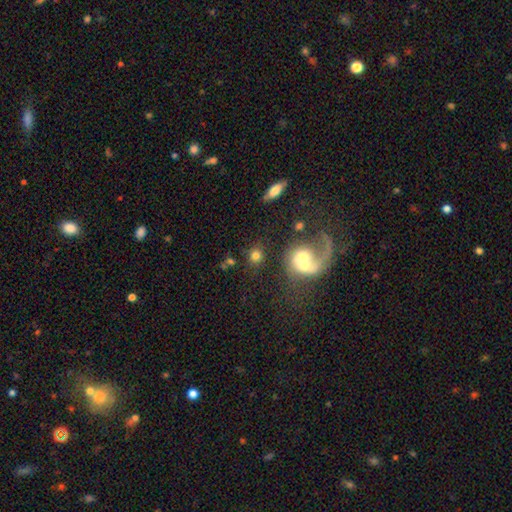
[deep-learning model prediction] Smooth or featured?
  - smooth: 73% *
  - featured or disk: 16%
  - star or artifact: 11%
How rounded?
  - round: 81% *
  - in between: 18%
  - cigar-shaped: 1%
Merging?
  - none: 55% *
  - merger: 30%
  - minor disturbance: 8%
  - major disturbance: 7%